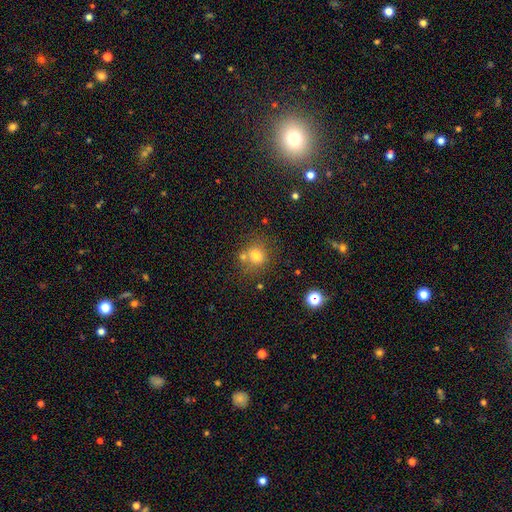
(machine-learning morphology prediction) Overall: smooth (74%). How rounded: round (79%). Merging: none (64%).